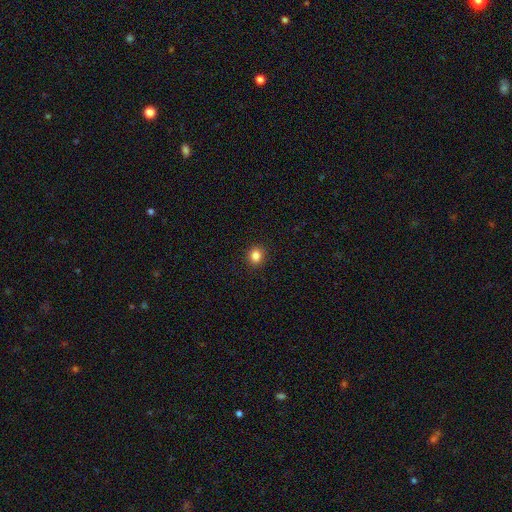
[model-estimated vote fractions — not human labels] Morphology: type=smooth (85%); roundness=round (81%); merging=none (92%).